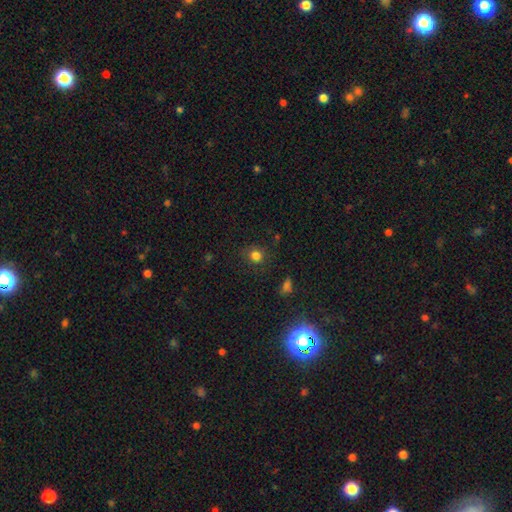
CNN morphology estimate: The model was most divided on "smooth or featured": smooth: 78%, star or artifact: 16%, featured or disk: 6%. More confident: how rounded — round (82%); merging — none (80%).